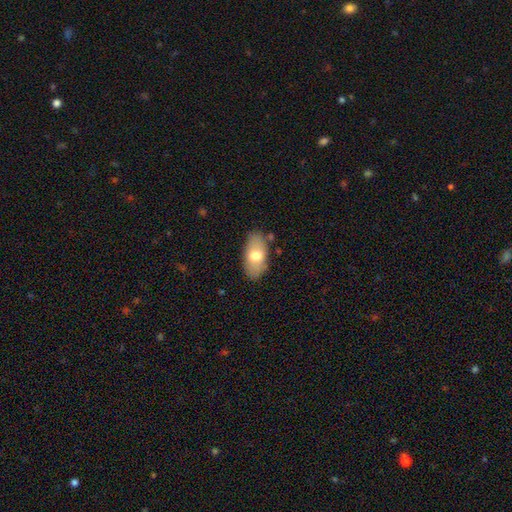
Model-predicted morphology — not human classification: Smooth or featured?
  - smooth: 69% *
  - featured or disk: 24%
  - star or artifact: 6%
How rounded?
  - in between: 93% *
  - round: 4%
  - cigar-shaped: 3%
Merging?
  - none: 80% *
  - minor disturbance: 14%
  - major disturbance: 3%
  - merger: 3%